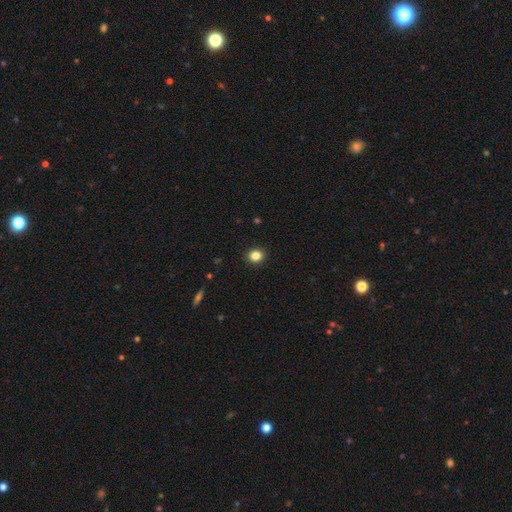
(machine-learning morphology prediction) This is clearly a smooth galaxy (85%). How rounded: likely round (71%). Merging: clearly none (92%).